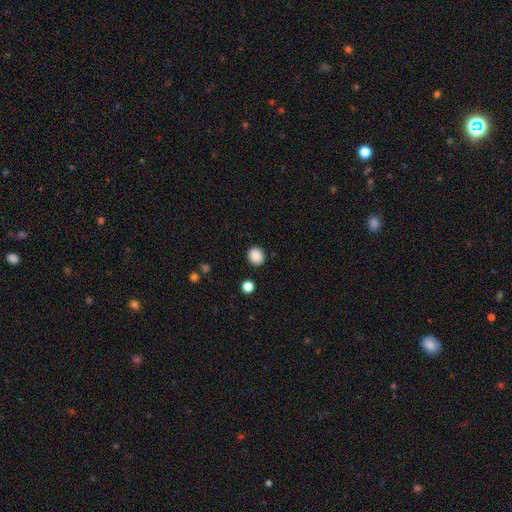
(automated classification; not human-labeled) This is clearly a smooth galaxy (88%). How rounded: likely round (79%). Merging: clearly none (90%).